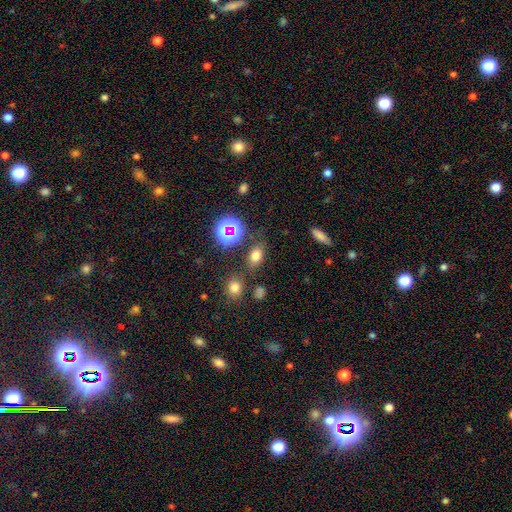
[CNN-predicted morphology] type=smooth (70%); roundness=in between (76%); merging=none (76%).